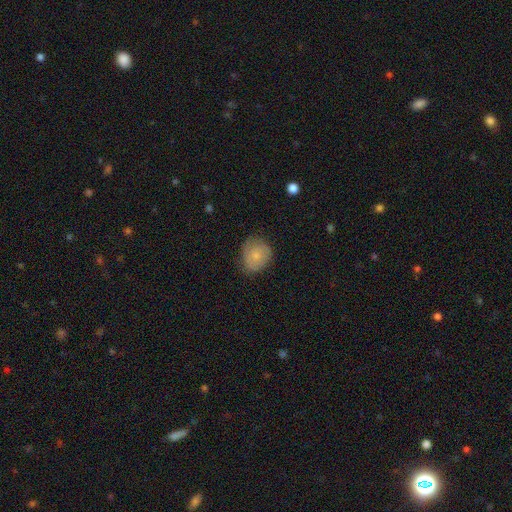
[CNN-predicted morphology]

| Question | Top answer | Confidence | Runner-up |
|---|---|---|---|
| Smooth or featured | smooth | 71% | featured or disk (22%) |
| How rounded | round | 68% | in between (31%) |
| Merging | none | 64% | minor disturbance (28%) |